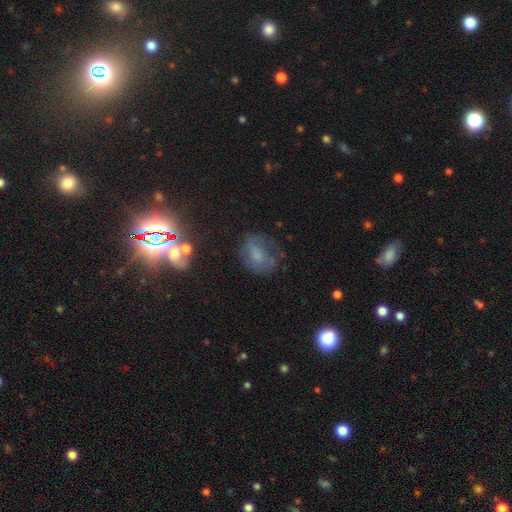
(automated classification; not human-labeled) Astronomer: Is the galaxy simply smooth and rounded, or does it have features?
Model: smooth — 45% (runner-up: featured or disk, 31%).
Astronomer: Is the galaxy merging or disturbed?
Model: none — 51%.